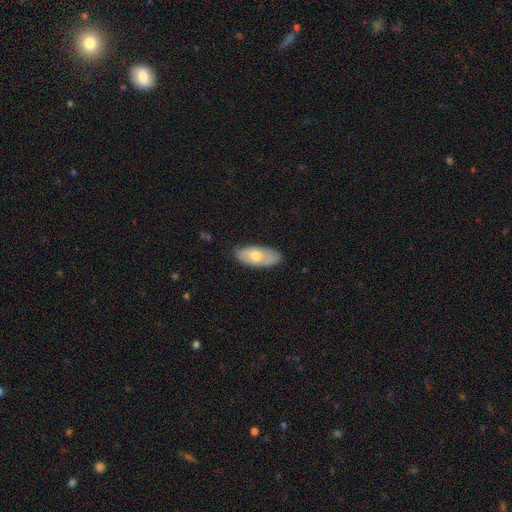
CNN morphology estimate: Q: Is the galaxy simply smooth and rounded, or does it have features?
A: smooth — 60%.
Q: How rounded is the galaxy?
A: in between — 90%.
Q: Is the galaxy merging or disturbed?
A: none — 80%.